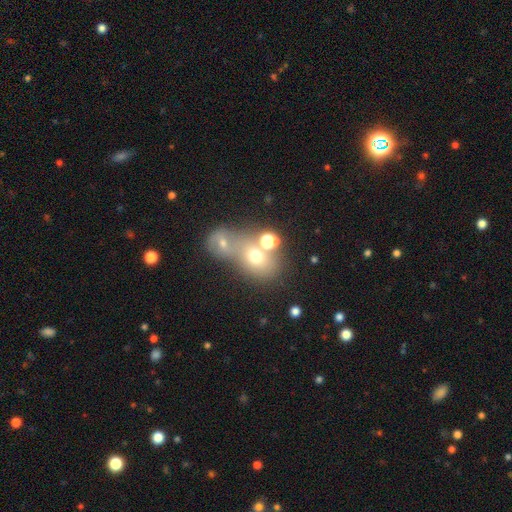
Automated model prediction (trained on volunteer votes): This is likely a smooth galaxy (63%). How rounded: possibly round (54%). Merging: possibly merger (52%).